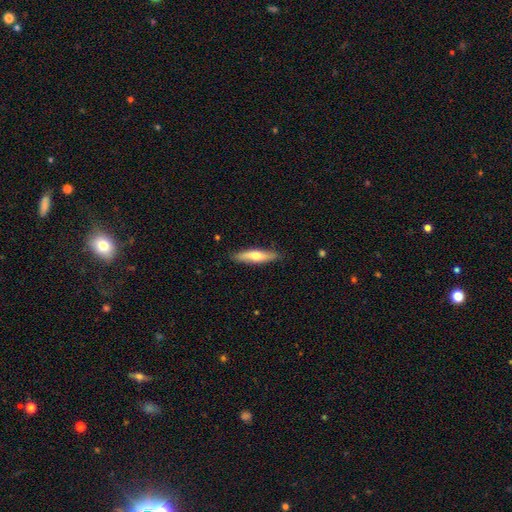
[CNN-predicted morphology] smooth 54%, featured or disk 41%, star or artifact 5%. Down the decision tree: how rounded — cigar-shaped (80%); merging — none (86%).